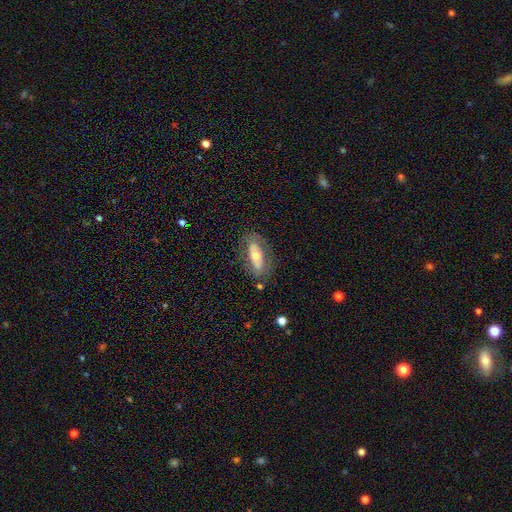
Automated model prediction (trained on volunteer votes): smooth_or_featured: featured or disk (p=0.49) [alt: smooth p=0.45]
merging: none (p=0.74) [alt: minor disturbance p=0.16]